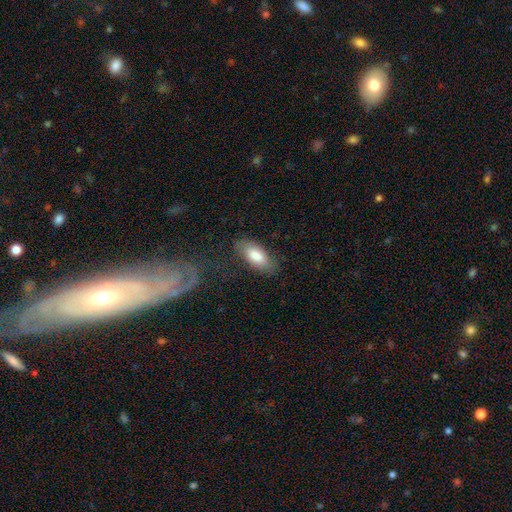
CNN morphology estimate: Overall: smooth (81%). How rounded: in between (87%). Merging: none (77%).